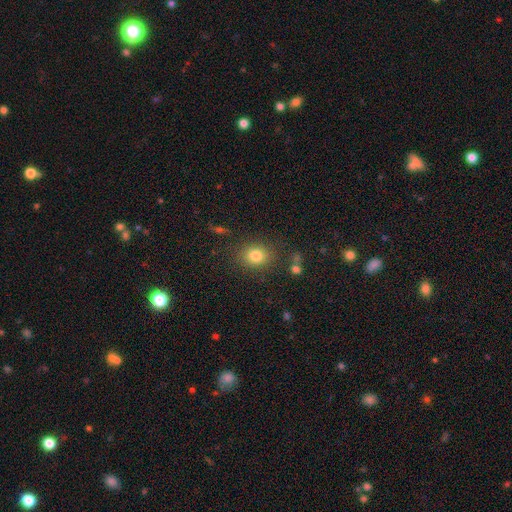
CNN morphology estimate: This appears to be a smooth galaxy with no disk features (81%) that is round (61%). Merging: none (83%).